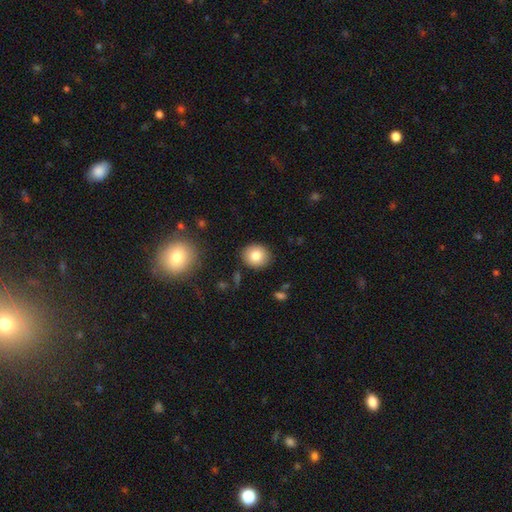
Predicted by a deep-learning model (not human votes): smooth 80%, featured or disk 10%, star or artifact 9%. Down the decision tree: how rounded — round (79%); merging — none (89%).